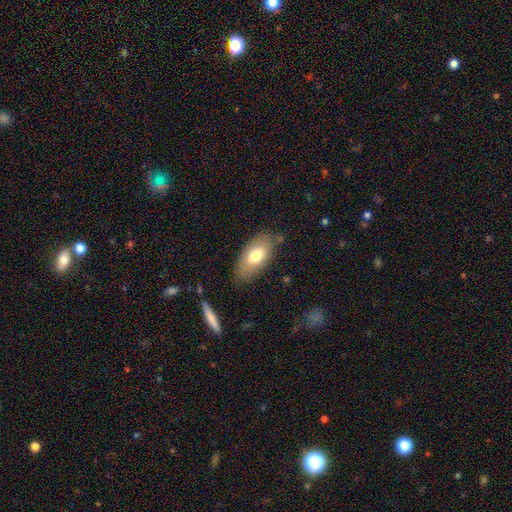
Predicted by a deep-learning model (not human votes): Smooth or featured? Predicted: smooth (p=0.74). How rounded? Predicted: in between (p=0.91). Merging? Predicted: none (p=0.76).